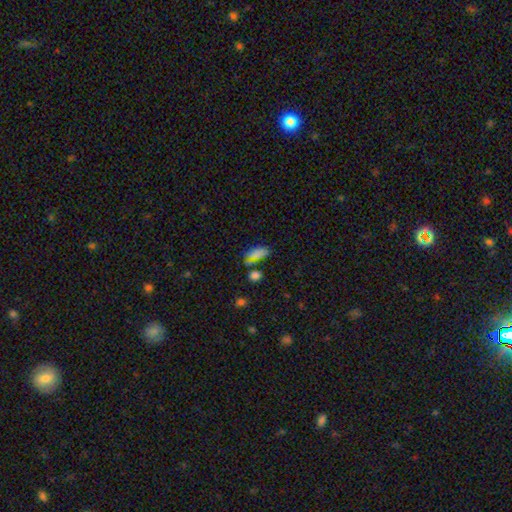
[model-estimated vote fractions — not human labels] smooth 78%, star or artifact 15%, featured or disk 8%. Down the decision tree: how rounded — in between (86%); merging — none (59%).